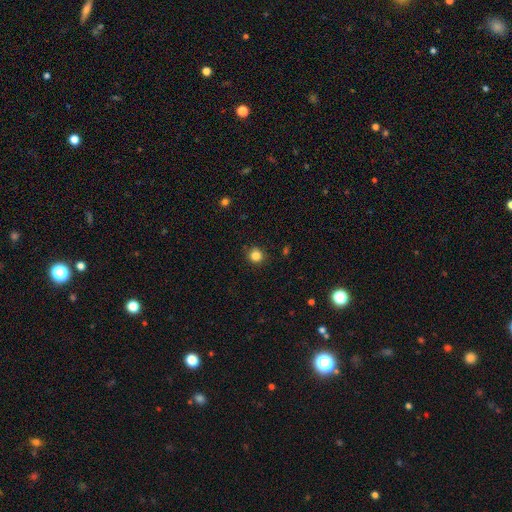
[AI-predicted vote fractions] Smooth or featured?
  - smooth: 84% *
  - star or artifact: 12%
  - featured or disk: 4%
How rounded?
  - round: 91% *
  - in between: 9%
  - cigar-shaped: 1%
Merging?
  - none: 89% *
  - minor disturbance: 8%
  - major disturbance: 2%
  - merger: 1%